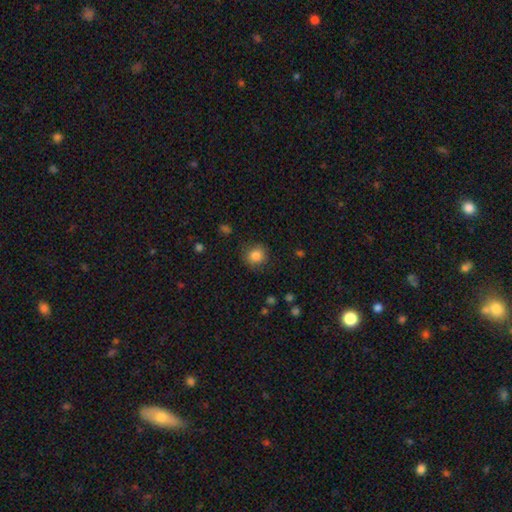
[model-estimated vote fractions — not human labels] Morphology: type=smooth (84%); roundness=round (89%); merging=none (85%).